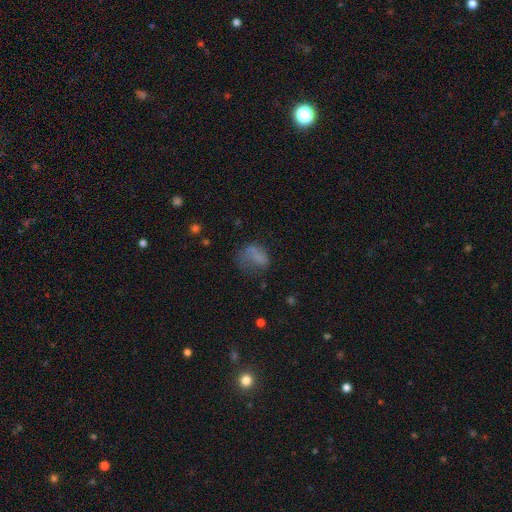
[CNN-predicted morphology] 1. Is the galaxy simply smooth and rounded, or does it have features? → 64% smooth, 20% featured or disk, 15% star or artifact.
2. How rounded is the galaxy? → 70% in between, 28% round, 2% cigar-shaped.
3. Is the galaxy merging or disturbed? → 39% major disturbance, 31% none, 25% minor disturbance, 5% merger.